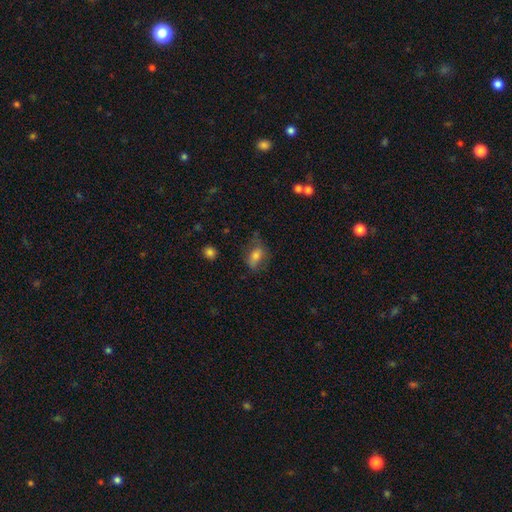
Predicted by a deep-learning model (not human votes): Overall: smooth (63%; featured or disk 27%). How rounded: in between (80%). Merging: none (56%; minor disturbance 26%).